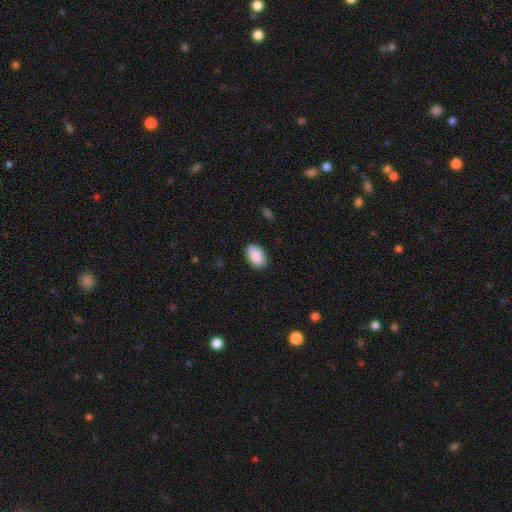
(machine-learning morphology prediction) This appears to be a smooth galaxy with no disk features (90%) that is in between round and cigar-shaped (92%). Merging: none (88%).